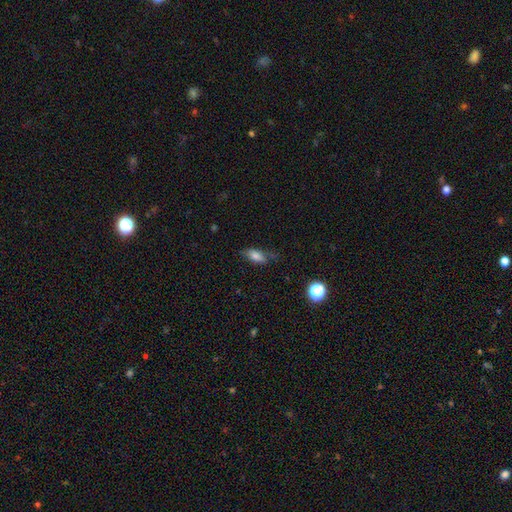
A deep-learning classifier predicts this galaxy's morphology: Smooth or featured: smooth — 75% (featured or disk — 16%)
How rounded: in between — 82% (cigar-shaped — 13%)
Merging: none — 61% (minor disturbance — 28%)